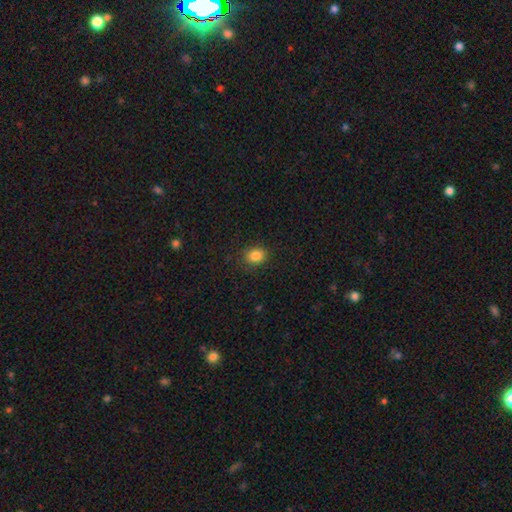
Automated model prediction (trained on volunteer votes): Overall: smooth (84%). How rounded: round (52%; in between 47%). Merging: none (87%).